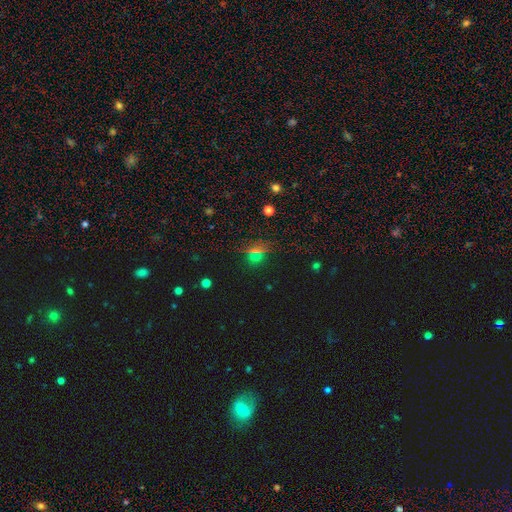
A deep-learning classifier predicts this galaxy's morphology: type=star or artifact (46%).